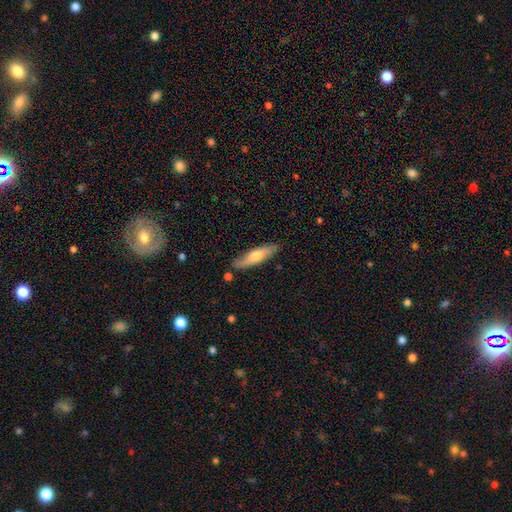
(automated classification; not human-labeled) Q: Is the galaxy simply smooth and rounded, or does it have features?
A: smooth — 61%.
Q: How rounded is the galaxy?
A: cigar-shaped — 71%.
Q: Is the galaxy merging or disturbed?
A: none — 82%.